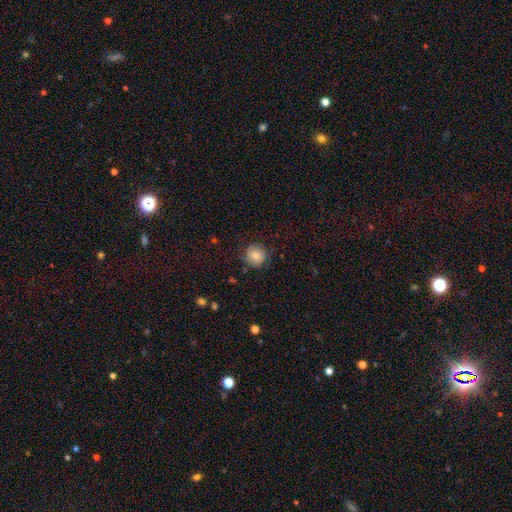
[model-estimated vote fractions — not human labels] smooth 75%, featured or disk 16%, star or artifact 9%. Down the decision tree: how rounded — round (92%); merging — none (78%).